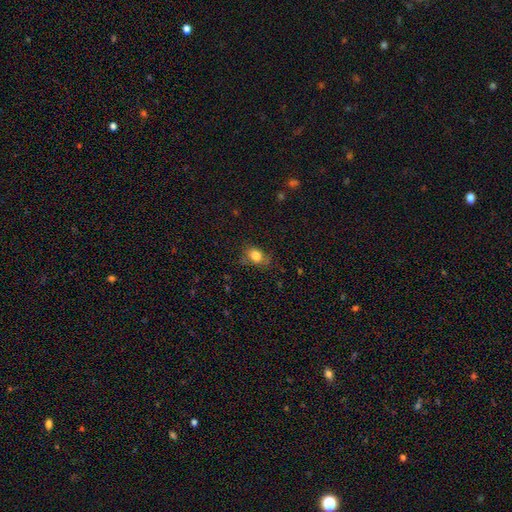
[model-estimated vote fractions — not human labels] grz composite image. It shows a smooth galaxy with no disk features (82%) that is in between round and cigar-shaped (66%). Merging: none (70%).